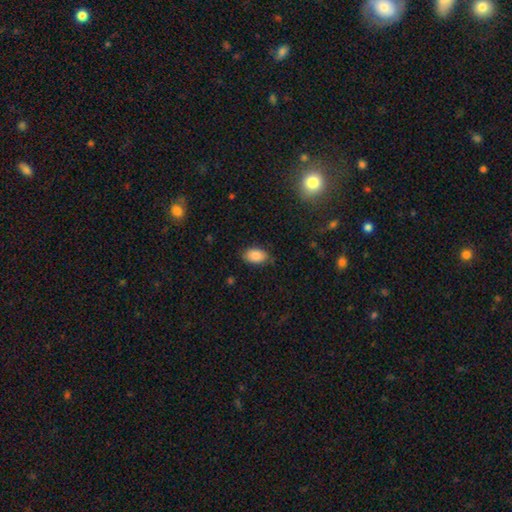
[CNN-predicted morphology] The model was most divided on "merging": none: 80%, minor disturbance: 16%, major disturbance: 3%, merger: 1%. More confident: how rounded — in between (91%); smooth or featured — smooth (85%).